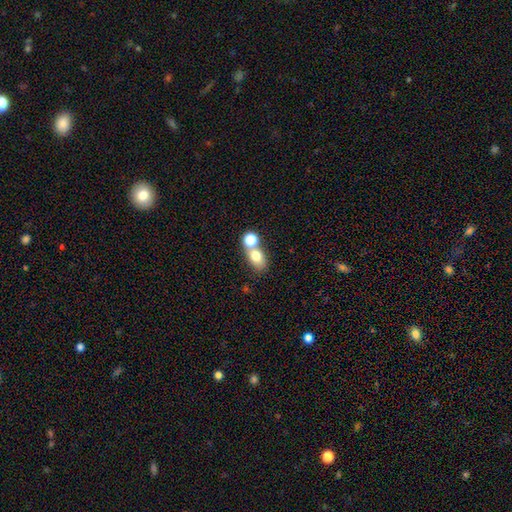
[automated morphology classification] This appears to be a smooth galaxy with no disk features (75%) that is in between round and cigar-shaped (66%). Merging: merger (48%).